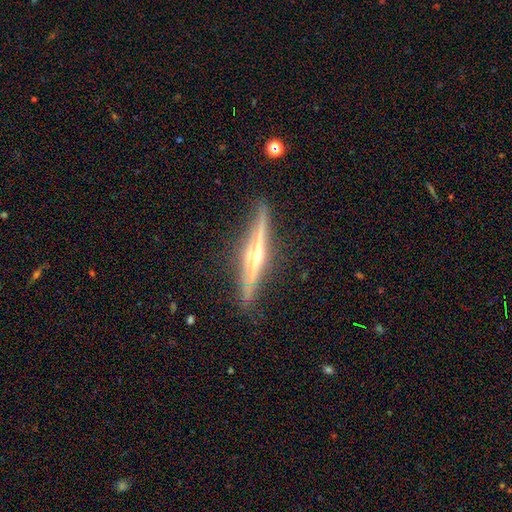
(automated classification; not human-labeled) smooth-or-featured: featured or disk: 82% | smooth: 12% | star or artifact: 6%
  disk-edge-on: yes: 97% | no: 3%
    edge-on-bulge: rounded: 88% | none: 7% | boxy: 5%
  merging: none: 84% | minor disturbance: 11% | major disturbance: 3% | merger: 2%